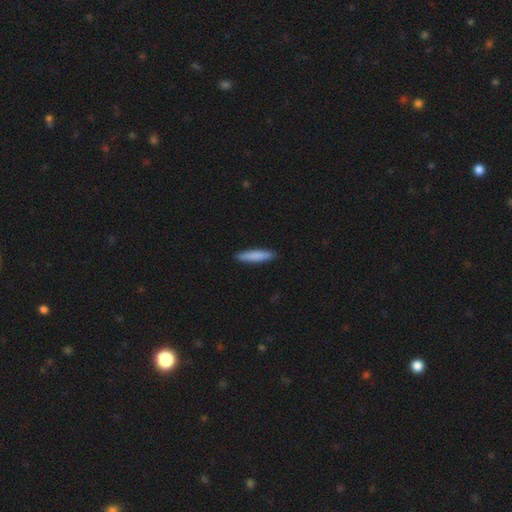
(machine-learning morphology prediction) The model was most divided on "how rounded": cigar-shaped: 86%, in between: 13%, round: 1%. More confident: merging — none (90%); smooth or featured — smooth (85%).